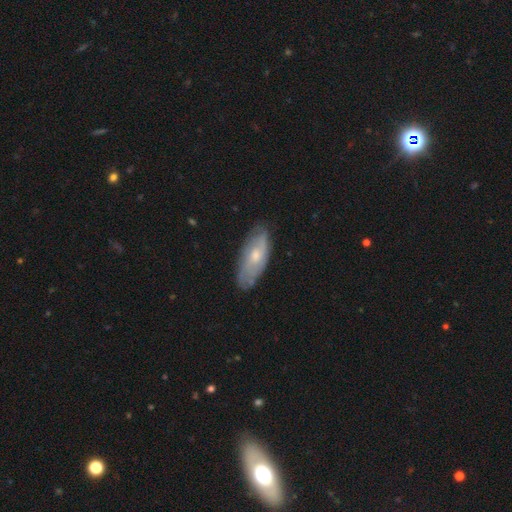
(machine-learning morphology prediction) A featured or disk galaxy (49%). Merging: none (71%).